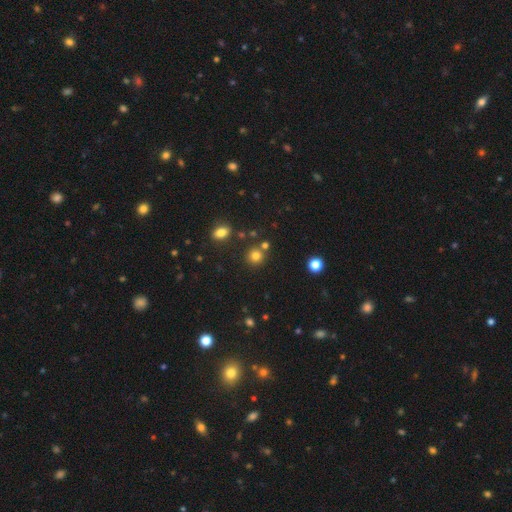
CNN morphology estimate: Smooth or featured? Predicted: smooth (p=0.78). How rounded? Predicted: round (p=0.89). Merging? Predicted: none (p=0.77).